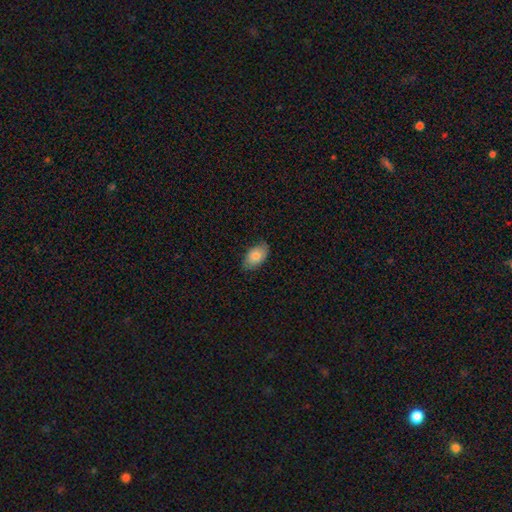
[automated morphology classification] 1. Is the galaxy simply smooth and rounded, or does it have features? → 79% smooth, 15% featured or disk, 7% star or artifact.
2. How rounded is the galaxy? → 93% in between, 6% round, 2% cigar-shaped.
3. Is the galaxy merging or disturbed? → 79% none, 17% minor disturbance, 3% major disturbance, 1% merger.